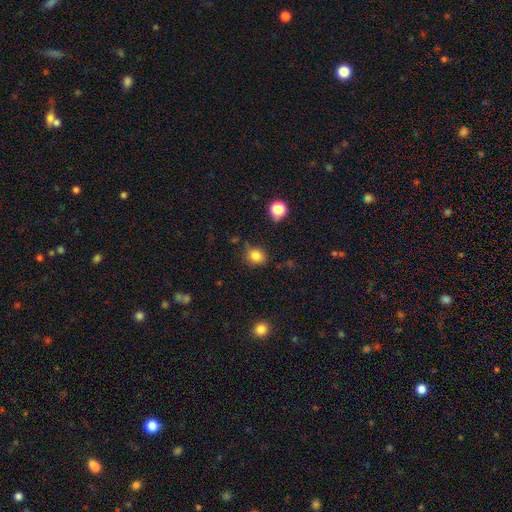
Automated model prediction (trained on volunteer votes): The model was most divided on "how rounded": round: 66%, in between: 33%, cigar-shaped: 1%. More confident: smooth or featured — smooth (83%); merging — none (78%).